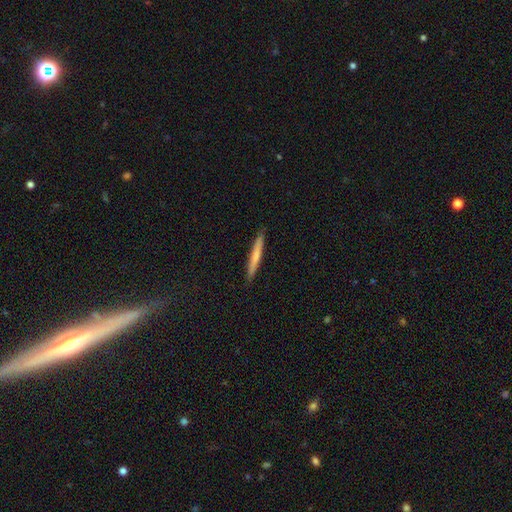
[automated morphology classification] smooth 62%, featured or disk 32%, star or artifact 6%. Down the decision tree: how rounded — cigar-shaped (96%); merging — none (91%).